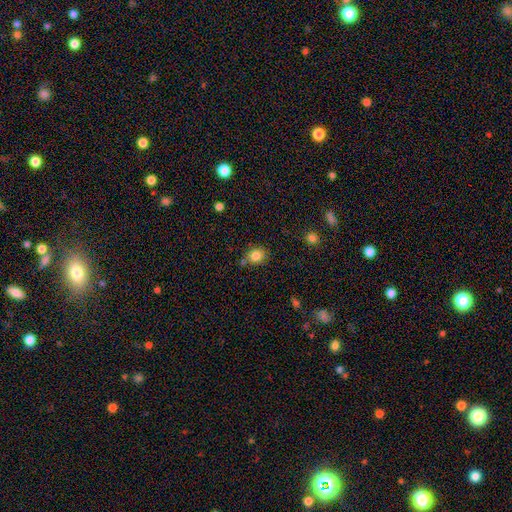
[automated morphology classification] smooth_or_featured: smooth (p=0.83) [alt: star or artifact p=0.10]
how_rounded: round (p=0.68) [alt: in between p=0.31]
merging: none (p=0.73) [alt: minor disturbance p=0.14]